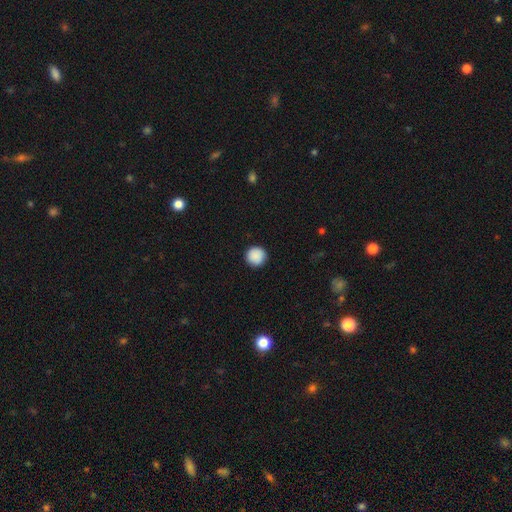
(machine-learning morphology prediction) Q: Smooth or featured?
A: smooth (90%); runner-up: star or artifact (8%)
Q: How rounded?
A: round (96%); runner-up: in between (3%)
Q: Merging?
A: none (92%); runner-up: minor disturbance (5%)